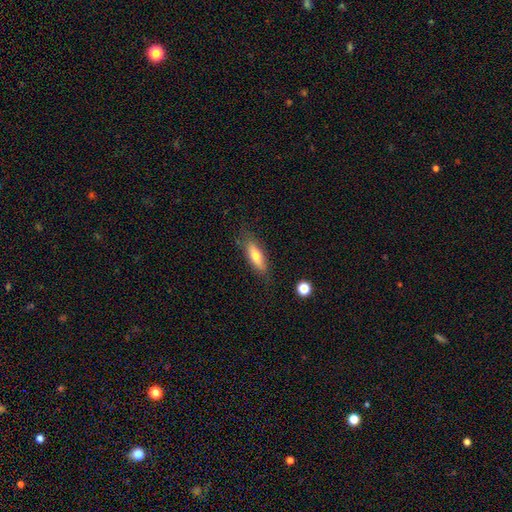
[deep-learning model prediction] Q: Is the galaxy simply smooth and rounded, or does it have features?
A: smooth — 69%.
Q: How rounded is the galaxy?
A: in between — 52%.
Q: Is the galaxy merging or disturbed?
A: none — 78%.